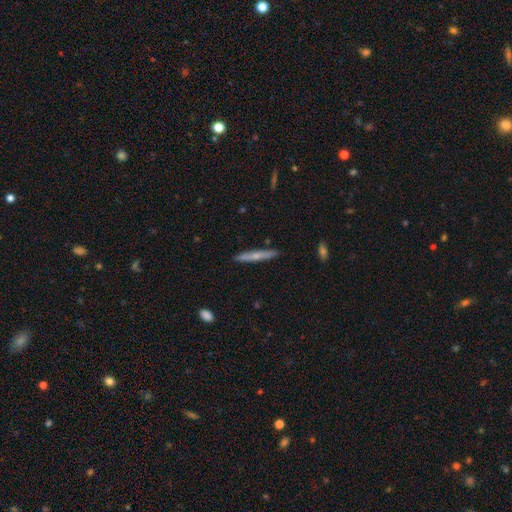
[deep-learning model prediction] Smooth or featured? Predicted: smooth (p=0.48). Merging? Predicted: none (p=0.89).